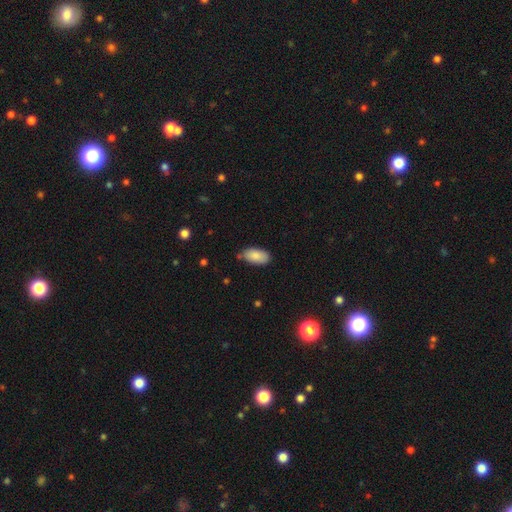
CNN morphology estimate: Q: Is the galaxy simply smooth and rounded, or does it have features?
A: smooth — 86%.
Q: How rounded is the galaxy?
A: in between — 94%.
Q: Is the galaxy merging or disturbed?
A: none — 73%.